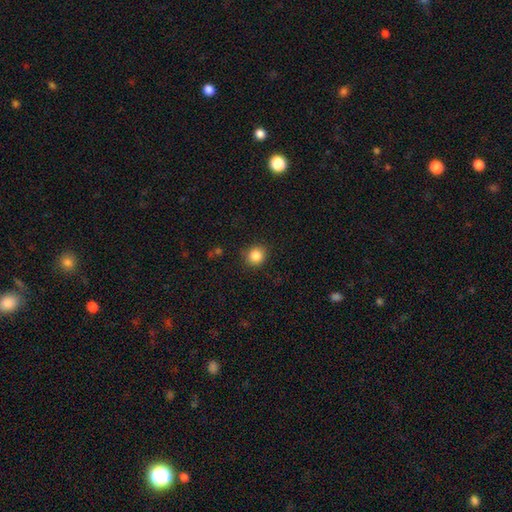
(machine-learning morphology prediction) The model was most divided on "smooth or featured": smooth: 86%, star or artifact: 10%, featured or disk: 4%. More confident: how rounded — round (88%); merging — none (88%).